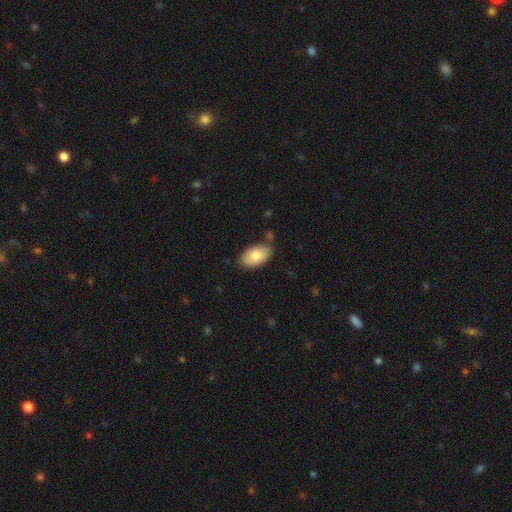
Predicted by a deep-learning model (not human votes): Q: Smooth or featured?
A: smooth (84%); runner-up: featured or disk (10%)
Q: How rounded?
A: in between (94%); runner-up: round (4%)
Q: Merging?
A: none (76%); runner-up: minor disturbance (17%)